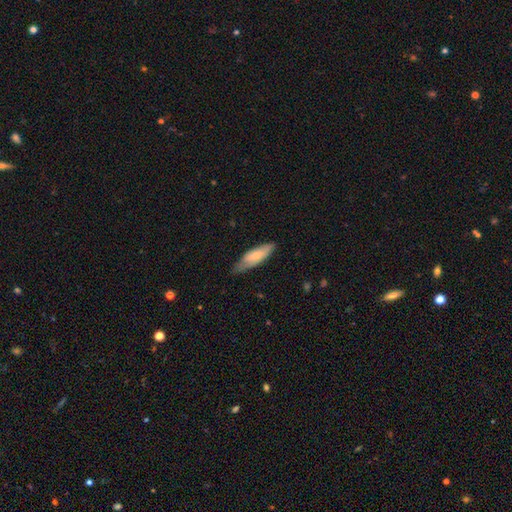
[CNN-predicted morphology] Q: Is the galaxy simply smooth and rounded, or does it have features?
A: smooth — 64%.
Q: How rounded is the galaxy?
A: in between — 55%.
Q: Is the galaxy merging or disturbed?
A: none — 65%.